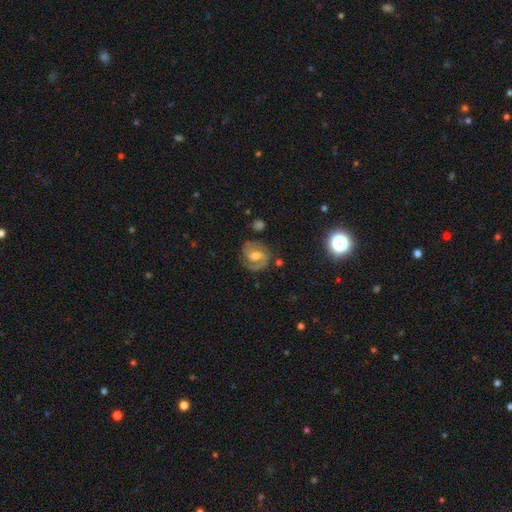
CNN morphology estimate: Smooth or featured? Predicted: featured or disk (p=0.81). Edge-on disk? Predicted: no (p=0.98). Bar? Predicted: weak (p=0.52). Spiral arms? Predicted: yes (p=0.95). Spiral winding? Predicted: medium (p=0.53). Spiral arm count? Predicted: 2 (p=0.85). Bulge size? Predicted: moderate (p=0.60). Merging? Predicted: none (p=0.76).